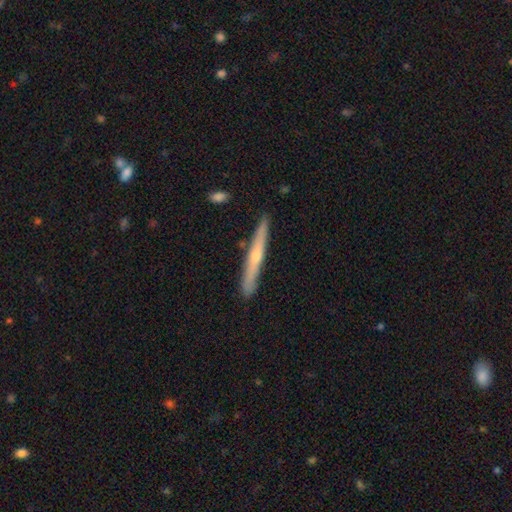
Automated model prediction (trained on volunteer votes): Morphology: type=featured or disk (59%); edge-on=yes (96%); edge-on bulge=rounded (74%); merging=none (88%).